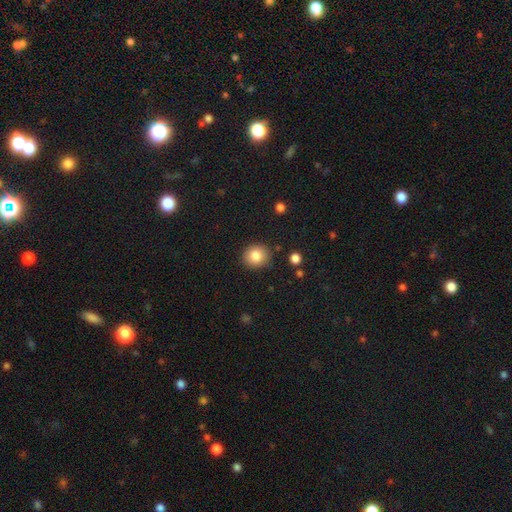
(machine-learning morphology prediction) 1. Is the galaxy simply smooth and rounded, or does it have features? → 84% smooth, 9% star or artifact, 7% featured or disk.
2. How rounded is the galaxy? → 83% round, 16% in between, 1% cigar-shaped.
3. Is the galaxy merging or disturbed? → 87% none, 9% minor disturbance, 2% major disturbance, 2% merger.